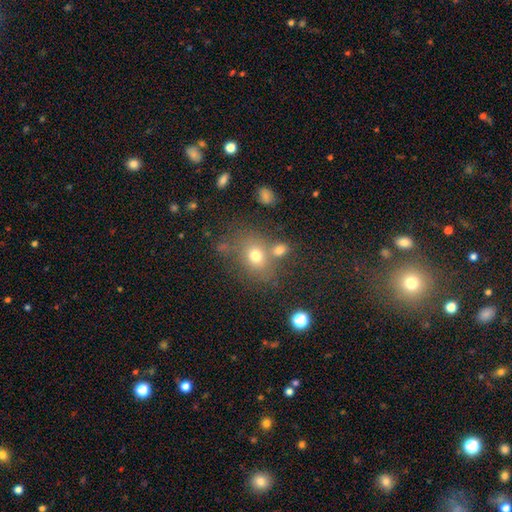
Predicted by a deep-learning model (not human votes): This is likely a smooth galaxy (70%). How rounded: possibly in between (52%). Merging: possibly none (56%).